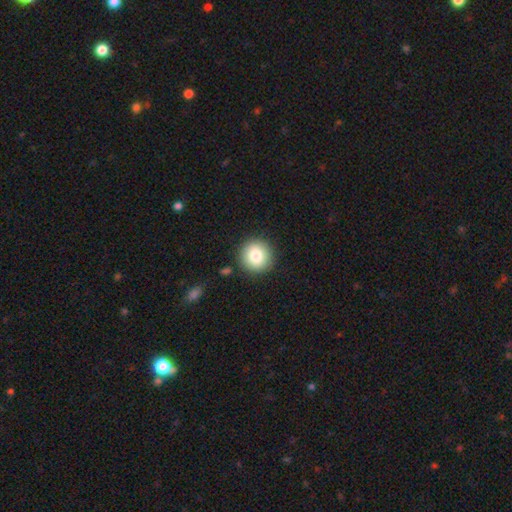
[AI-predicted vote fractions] Smooth or featured?
  - smooth: 83% *
  - star or artifact: 9%
  - featured or disk: 8%
How rounded?
  - round: 94% *
  - in between: 5%
  - cigar-shaped: 1%
Merging?
  - none: 89% *
  - minor disturbance: 7%
  - major disturbance: 2%
  - merger: 2%